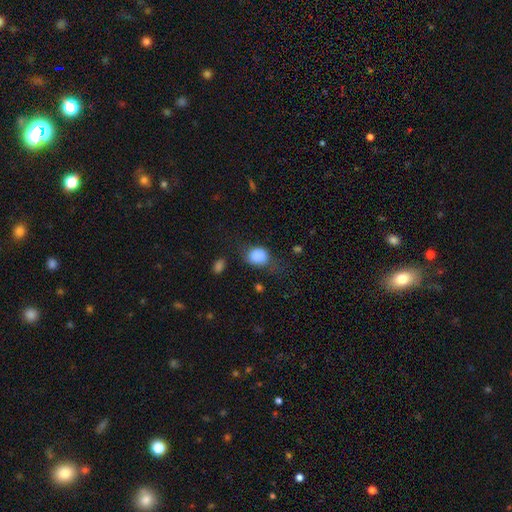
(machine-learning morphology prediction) A smooth galaxy with no disk features (84%) that is in between round and cigar-shaped (53%). Merging: none (49%).